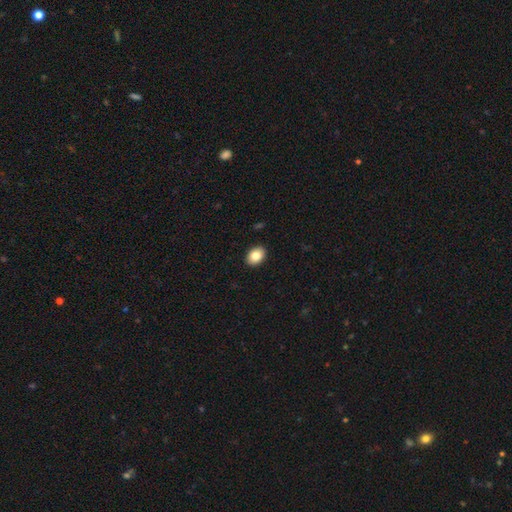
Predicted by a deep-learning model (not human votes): smooth_or_featured: smooth (p=0.84) [alt: star or artifact p=0.08]
how_rounded: in between (p=0.76) [alt: round p=0.23]
merging: none (p=0.91) [alt: minor disturbance p=0.06]